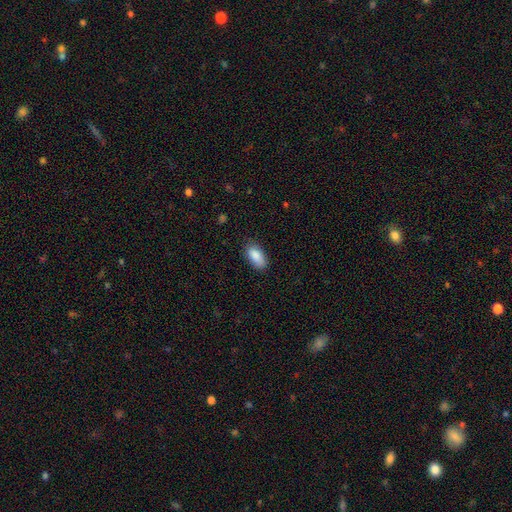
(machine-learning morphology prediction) Overall: smooth (89%). How rounded: in between (92%). Merging: none (81%).